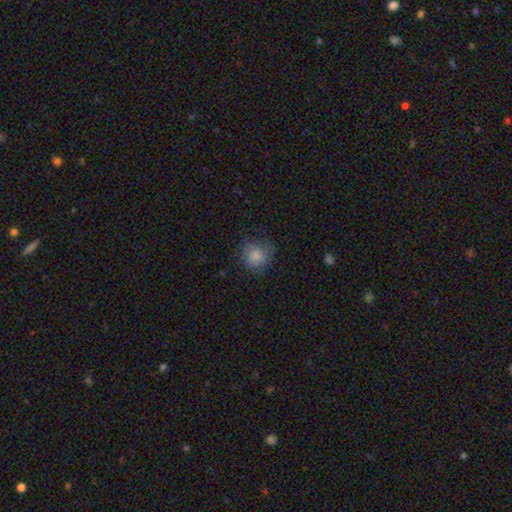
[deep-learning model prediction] This appears to be a smooth galaxy with no disk features (81%) that is round (87%). Merging: none (66%).